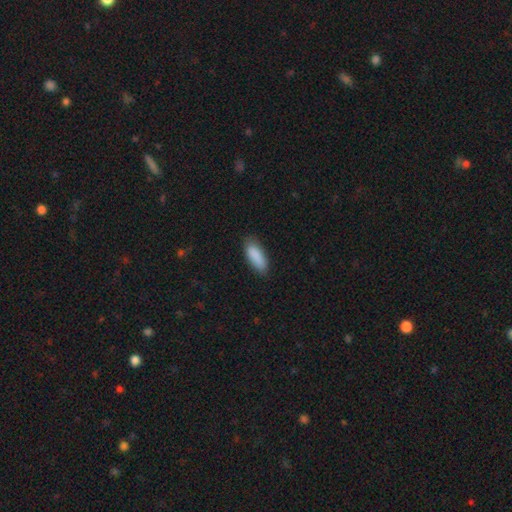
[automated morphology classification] Overall: smooth (89%). How rounded: in between (71%). Merging: none (81%).